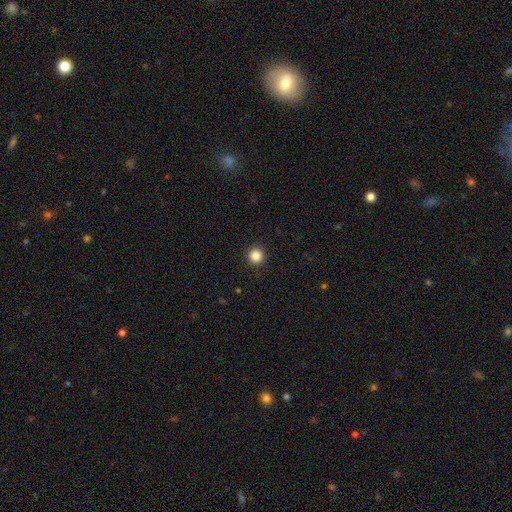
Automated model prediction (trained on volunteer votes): Smooth or featured? smooth (86%)
How rounded? round (95%)
Merging? none (93%)